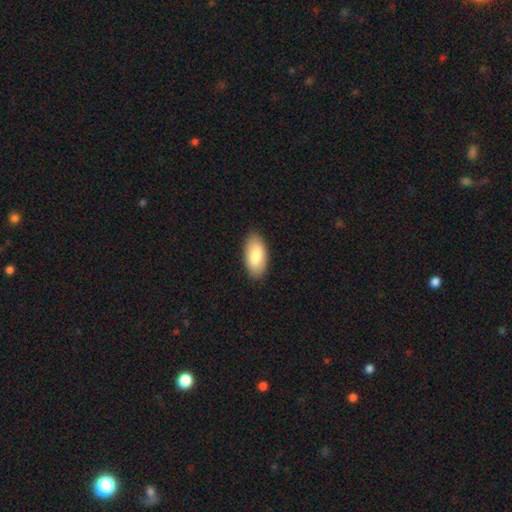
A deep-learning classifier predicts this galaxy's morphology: Overall: smooth (84%). How rounded: in between (94%). Merging: none (88%).